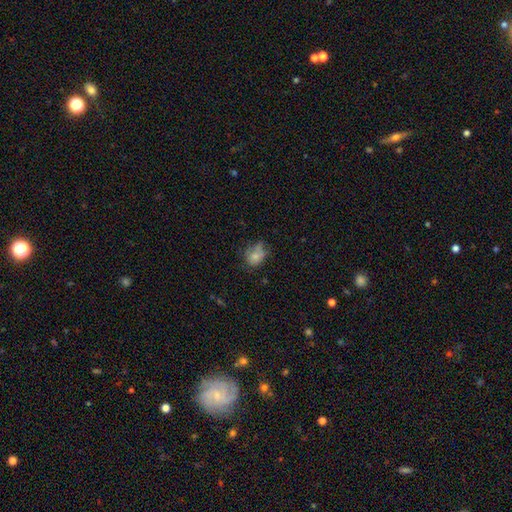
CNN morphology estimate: Overall: smooth (73%). How rounded: round (52%; in between 47%). Merging: none (45%; minor disturbance 30%).